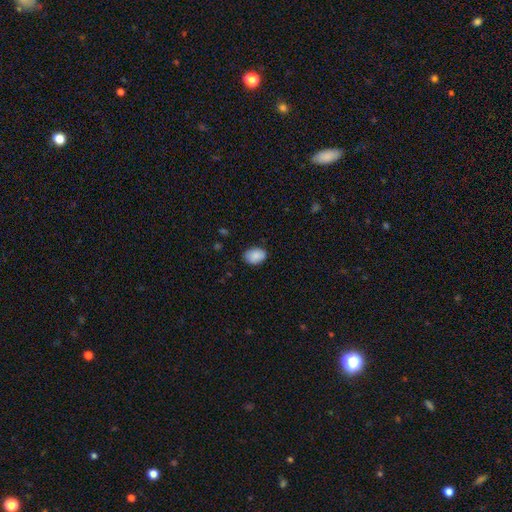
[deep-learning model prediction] A smooth galaxy with no disk features (87%) that is in between round and cigar-shaped (77%).

Vote fractions:
- Smooth or featured? smooth: 87% / star or artifact: 7% / featured or disk: 5%
- How rounded? in between: 77% / round: 22% / cigar-shaped: 1%
- Merging? none: 79% / minor disturbance: 17% / major disturbance: 3% / merger: 1%